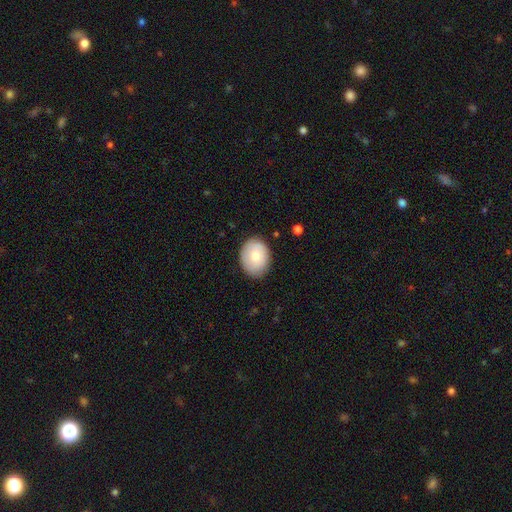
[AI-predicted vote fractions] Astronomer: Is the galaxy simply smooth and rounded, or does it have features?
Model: smooth — 76%.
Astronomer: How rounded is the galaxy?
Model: in between — 56% (runner-up: round, 43%).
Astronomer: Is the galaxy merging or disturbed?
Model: none — 82%.